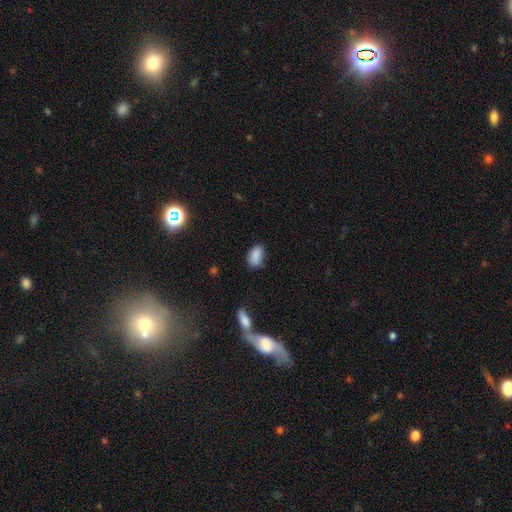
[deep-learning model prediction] Q: Smooth or featured?
A: smooth (87%); runner-up: star or artifact (9%)
Q: How rounded?
A: in between (89%); runner-up: round (9%)
Q: Merging?
A: none (74%); runner-up: minor disturbance (21%)